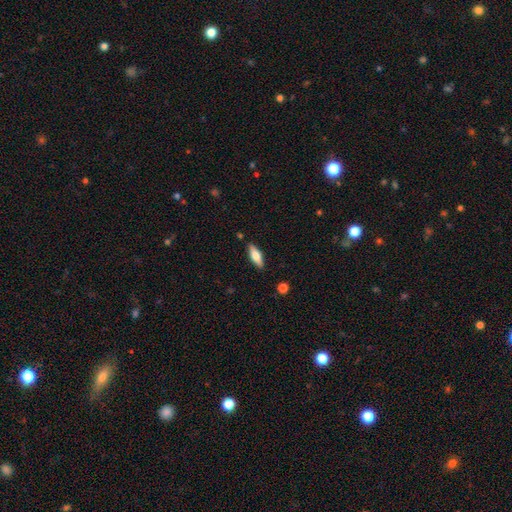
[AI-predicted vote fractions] Q: Smooth or featured?
A: smooth (61%); runner-up: featured or disk (32%)
Q: How rounded?
A: in between (59%); runner-up: cigar-shaped (39%)
Q: Merging?
A: none (87%); runner-up: minor disturbance (9%)